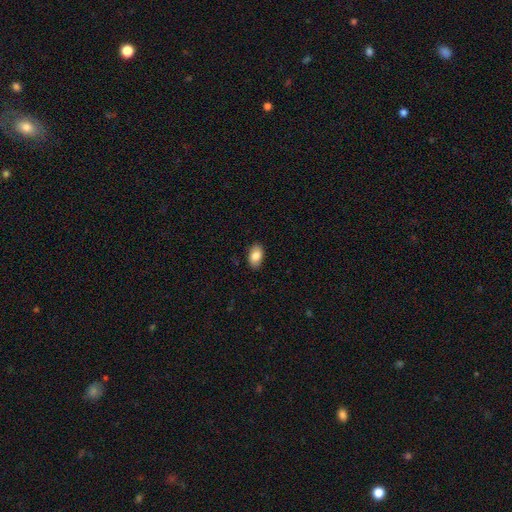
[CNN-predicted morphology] smooth_or_featured: smooth (p=0.85) [alt: featured or disk p=0.09]
how_rounded: in between (p=0.91) [alt: round p=0.07]
merging: none (p=0.86) [alt: minor disturbance p=0.11]